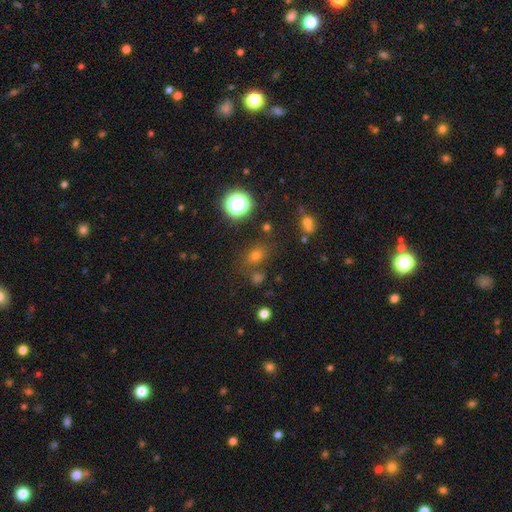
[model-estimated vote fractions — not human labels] smooth-or-featured: smooth: 59% | star or artifact: 32% | featured or disk: 9%
  how-rounded: round: 54% | in between: 44% | cigar-shaped: 2%
  merging: none: 72% | minor disturbance: 12% | merger: 11% | major disturbance: 5%